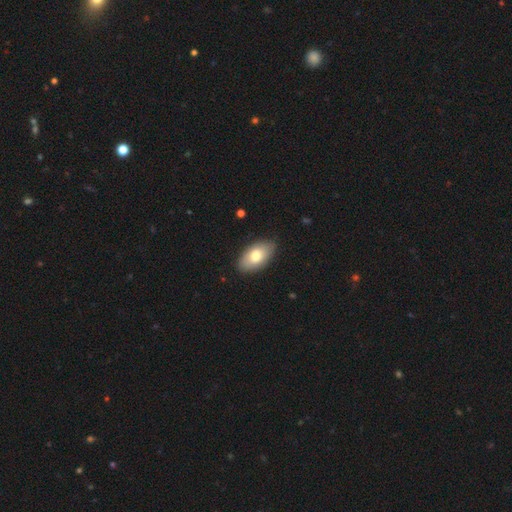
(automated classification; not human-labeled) This appears to be a smooth galaxy with no disk features (76%) that is in between round and cigar-shaped (94%). Merging: none (86%).